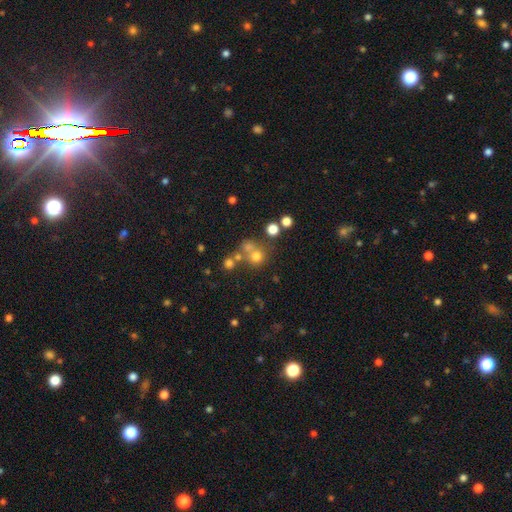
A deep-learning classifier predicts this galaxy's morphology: smooth-or-featured: smooth: 65% | star or artifact: 21% | featured or disk: 15%
  how-rounded: round: 86% | in between: 13% | cigar-shaped: 1%
  merging: none: 52% | merger: 32% | minor disturbance: 9% | major disturbance: 6%